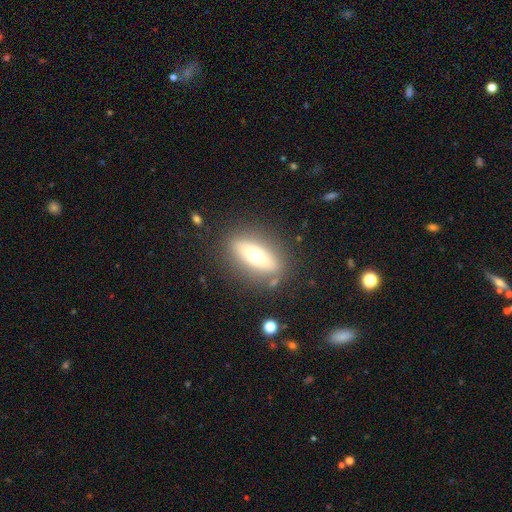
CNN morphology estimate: type=smooth (57%); roundness=in between (64%); merging=none (80%).